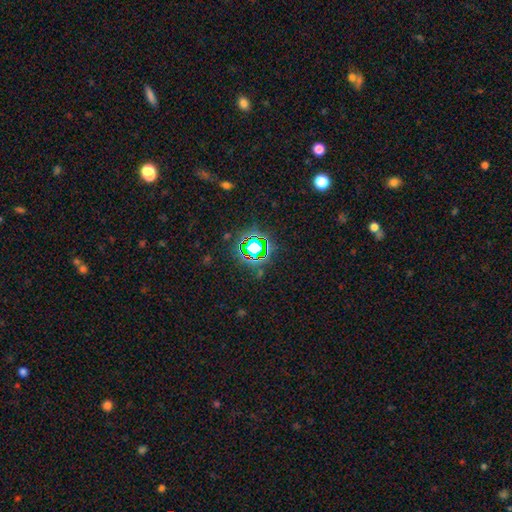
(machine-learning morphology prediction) This appears to be a star or artifact, not a galaxy (78%).